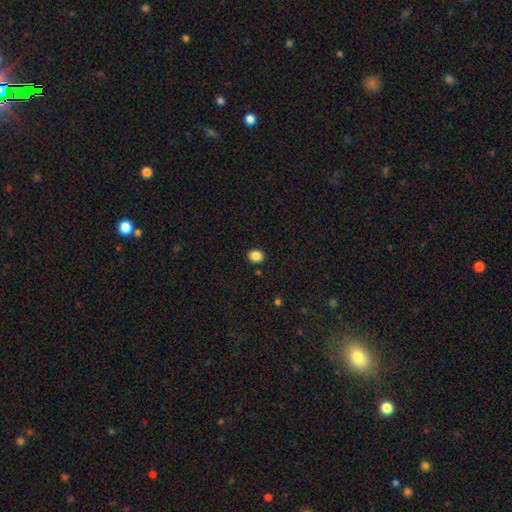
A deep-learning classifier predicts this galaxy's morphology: Smooth or featured? smooth (86%)
How rounded? round (54%)
Merging? none (89%)